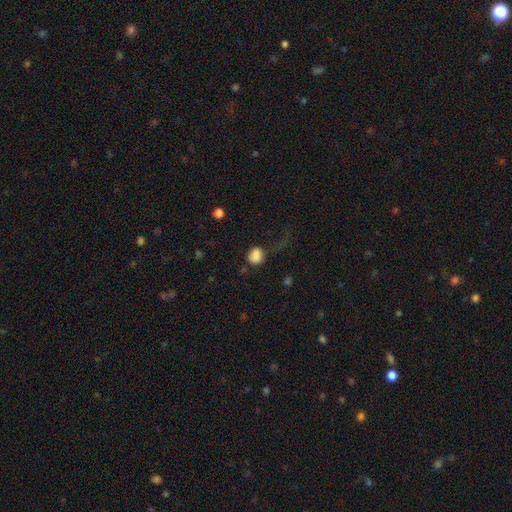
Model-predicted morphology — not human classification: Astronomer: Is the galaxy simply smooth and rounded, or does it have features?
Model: smooth — 84%.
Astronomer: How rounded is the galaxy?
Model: round — 60% (runner-up: in between, 39%).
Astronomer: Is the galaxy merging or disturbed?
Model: none — 49%.